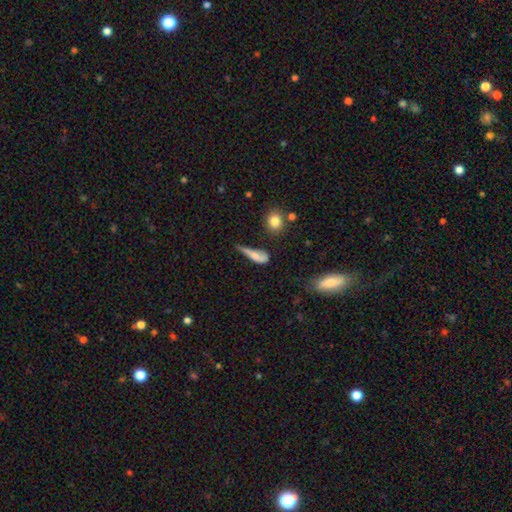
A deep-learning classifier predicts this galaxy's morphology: Smooth or featured? Predicted: smooth (p=0.61). How rounded? Predicted: cigar-shaped (p=0.47). Merging? Predicted: major disturbance (p=0.35).